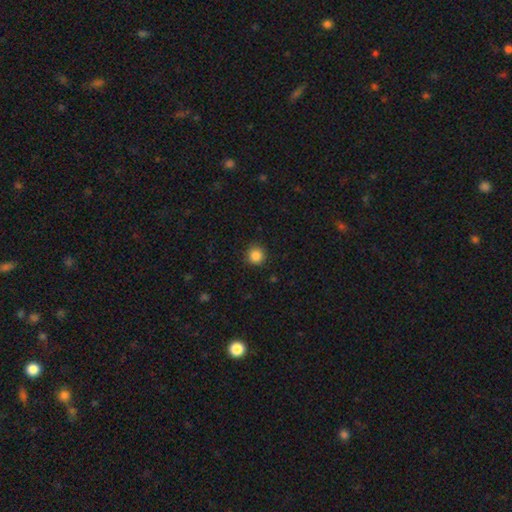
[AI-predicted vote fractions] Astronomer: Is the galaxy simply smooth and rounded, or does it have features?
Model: smooth — 86%.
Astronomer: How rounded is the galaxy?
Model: round — 94%.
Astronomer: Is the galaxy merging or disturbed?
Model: none — 90%.